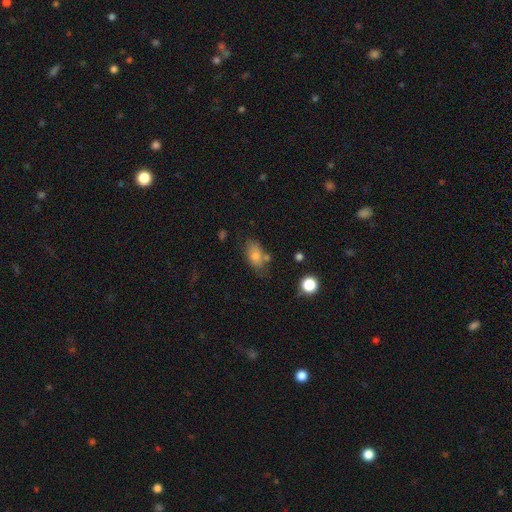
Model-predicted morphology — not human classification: Smooth or featured? smooth (73%)
How rounded? in between (86%)
Merging? none (62%)